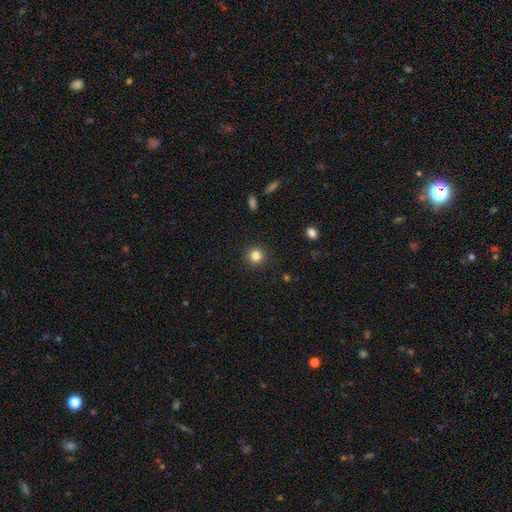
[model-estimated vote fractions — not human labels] Smooth or featured?
  - smooth: 83% *
  - star or artifact: 12%
  - featured or disk: 5%
How rounded?
  - round: 94% *
  - in between: 5%
  - cigar-shaped: 1%
Merging?
  - none: 92% *
  - minor disturbance: 5%
  - major disturbance: 2%
  - merger: 1%